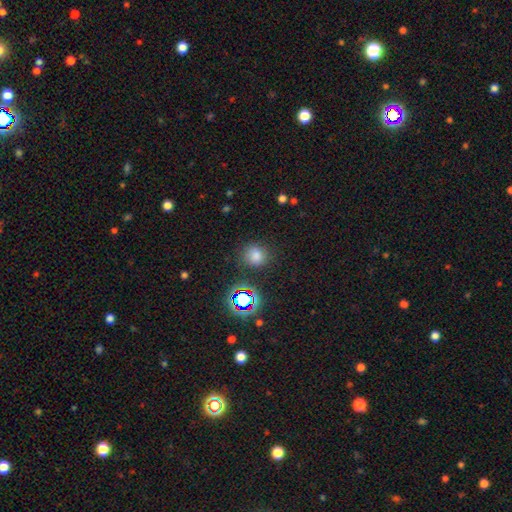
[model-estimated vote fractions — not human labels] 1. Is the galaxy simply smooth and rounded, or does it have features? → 73% smooth, 21% star or artifact, 6% featured or disk.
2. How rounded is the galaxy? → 82% round, 17% in between, 1% cigar-shaped.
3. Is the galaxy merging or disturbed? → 82% none, 11% minor disturbance, 4% major disturbance, 3% merger.